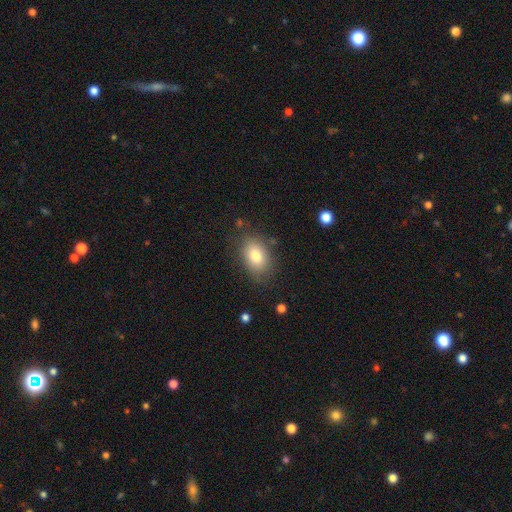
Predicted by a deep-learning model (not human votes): Smooth or featured? smooth (80%)
How rounded? in between (83%)
Merging? none (80%)